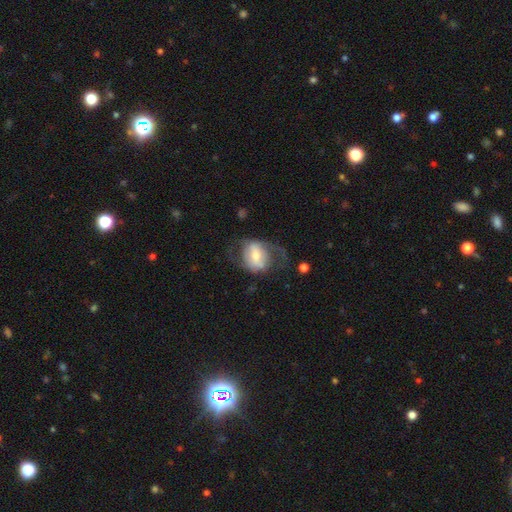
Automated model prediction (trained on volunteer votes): Morphology: type=featured or disk (60%); edge-on=no (95%); bar=strong (39%); spiral arms=yes (66%); bulge=moderate (52%); merging=none (46%).